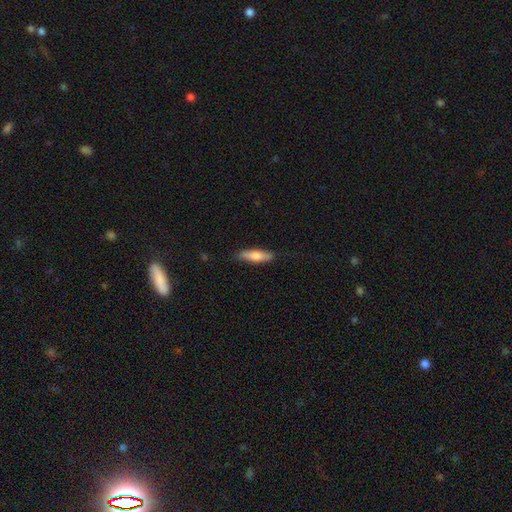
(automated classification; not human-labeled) Smooth or featured?
  - smooth: 71% *
  - featured or disk: 24%
  - star or artifact: 6%
How rounded?
  - cigar-shaped: 60% *
  - in between: 38%
  - round: 2%
Merging?
  - none: 80% *
  - minor disturbance: 16%
  - major disturbance: 3%
  - merger: 1%